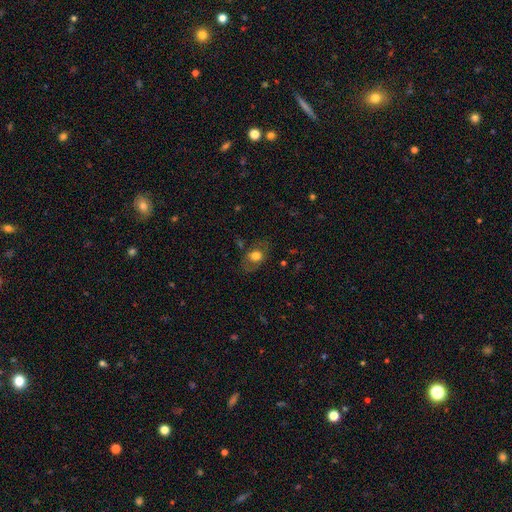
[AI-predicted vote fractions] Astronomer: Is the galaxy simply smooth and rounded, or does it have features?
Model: smooth — 64%.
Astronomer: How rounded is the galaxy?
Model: in between — 71%.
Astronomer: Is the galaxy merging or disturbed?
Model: none — 65%.